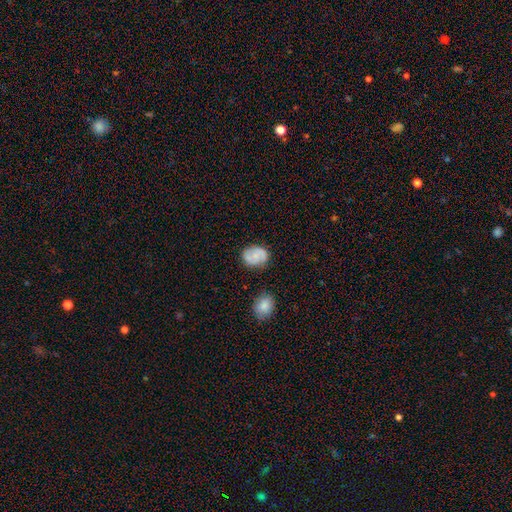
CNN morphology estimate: Smooth or featured?
  - smooth: 52% *
  - featured or disk: 40%
  - star or artifact: 8%
How rounded?
  - in between: 55% *
  - round: 43%
  - cigar-shaped: 1%
Merging?
  - none: 74% *
  - minor disturbance: 18%
  - major disturbance: 5%
  - merger: 4%